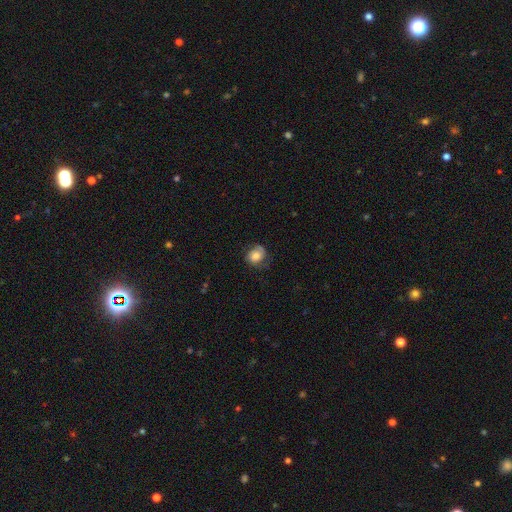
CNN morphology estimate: A smooth galaxy with no disk features (62%) that is round (67%).

Vote fractions:
- Smooth or featured? smooth: 62% / featured or disk: 29% / star or artifact: 9%
- How rounded? round: 67% / in between: 32% / cigar-shaped: 1%
- Merging? none: 56% / minor disturbance: 27% / major disturbance: 16% / merger: 1%